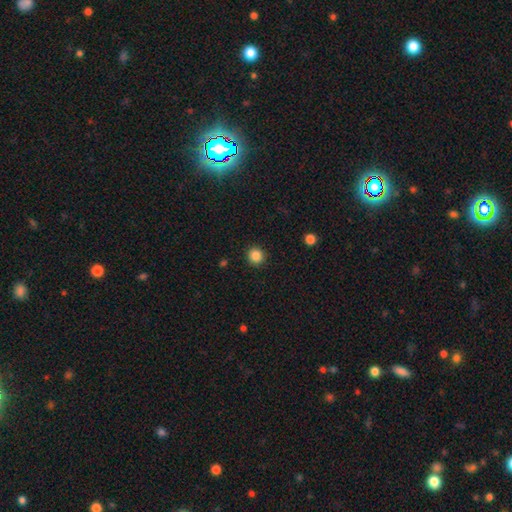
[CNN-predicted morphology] Overall: smooth (86%). How rounded: round (92%). Merging: none (92%).